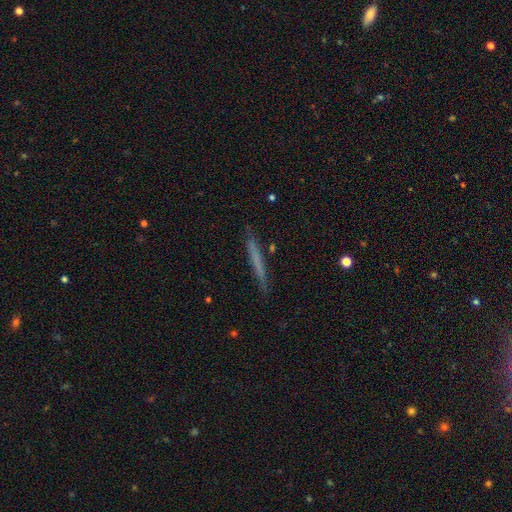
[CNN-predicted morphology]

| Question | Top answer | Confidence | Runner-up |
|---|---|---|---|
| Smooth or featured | smooth | 55% | featured or disk (38%) |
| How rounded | cigar-shaped | 96% | in between (2%) |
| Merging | none | 88% | minor disturbance (9%) |